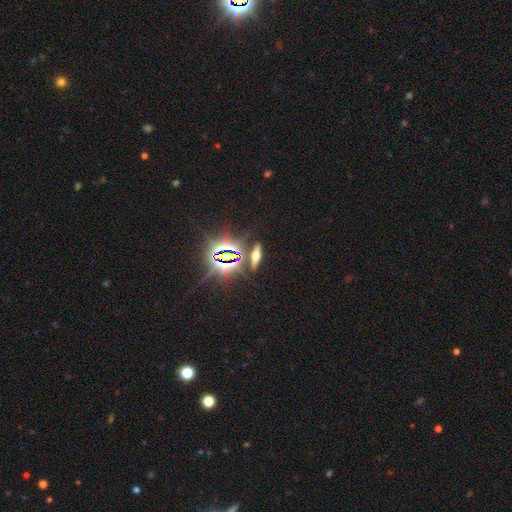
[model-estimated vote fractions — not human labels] The model was most divided on "smooth or featured": star or artifact: 39%, smooth: 34%, featured or disk: 27%.